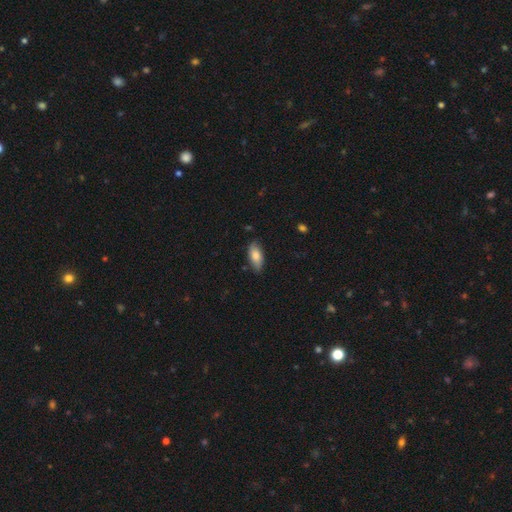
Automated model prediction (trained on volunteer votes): This is clearly a smooth galaxy (80%). How rounded: clearly in between (85%). Merging: likely none (78%).